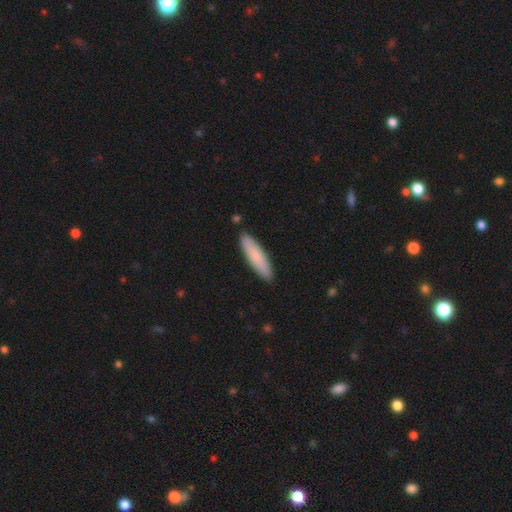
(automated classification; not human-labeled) A smooth galaxy with no disk features (83%) that is cigar-shaped (73%).

Vote fractions:
- Smooth or featured? smooth: 83% / featured or disk: 11% / star or artifact: 6%
- How rounded? cigar-shaped: 73% / in between: 26% / round: 1%
- Merging? none: 89% / minor disturbance: 8% / merger: 2% / major disturbance: 2%